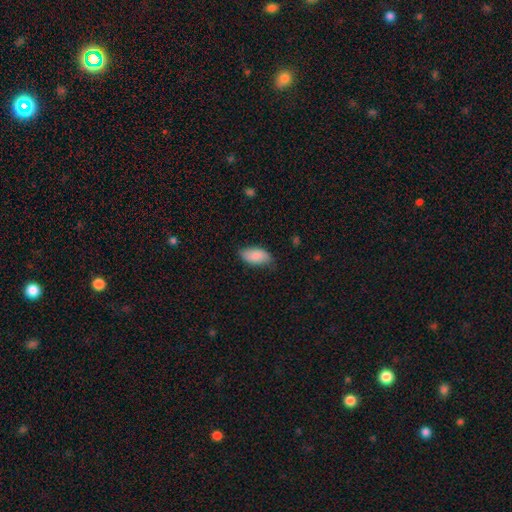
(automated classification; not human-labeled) Smooth or featured? smooth (85%)
How rounded? in between (93%)
Merging? none (72%)